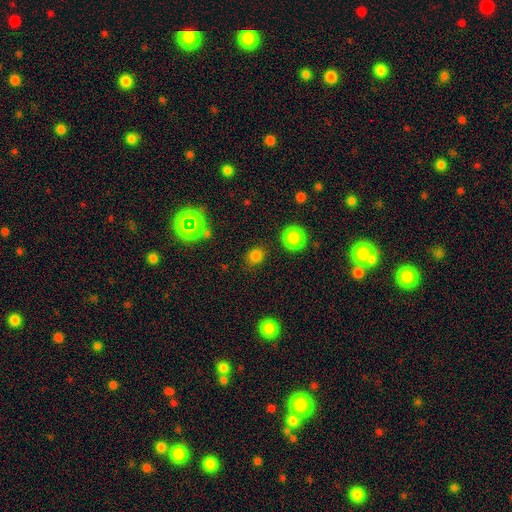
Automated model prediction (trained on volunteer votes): Overall: smooth (79%). How rounded: round (68%; in between 30%). Merging: none (84%).